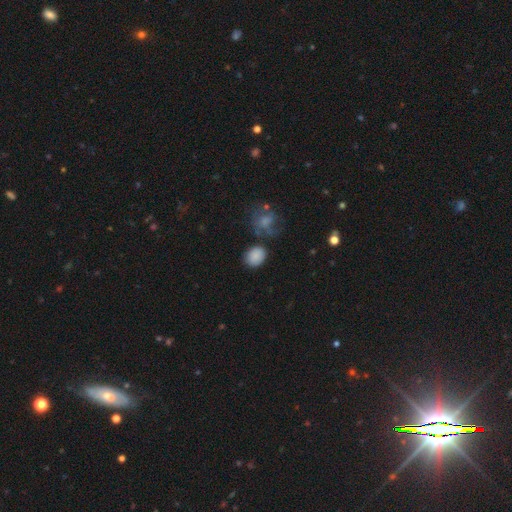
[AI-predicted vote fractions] Smooth or featured? smooth (85%)
How rounded? in between (51%)
Merging? none (72%)